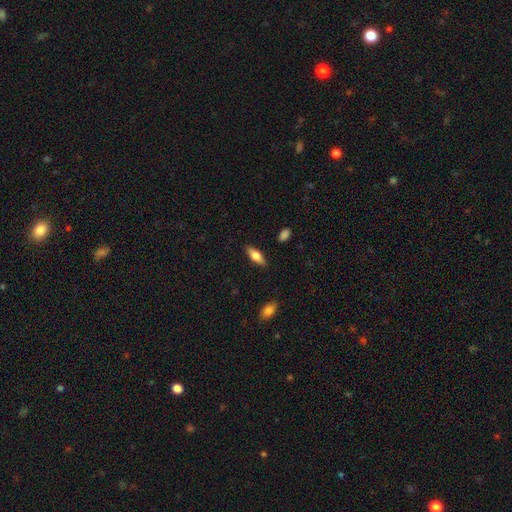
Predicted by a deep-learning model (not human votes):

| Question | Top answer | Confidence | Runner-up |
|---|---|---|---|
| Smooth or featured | smooth | 62% | featured or disk (31%) |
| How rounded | in between | 67% | cigar-shaped (30%) |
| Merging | none | 86% | minor disturbance (10%) |